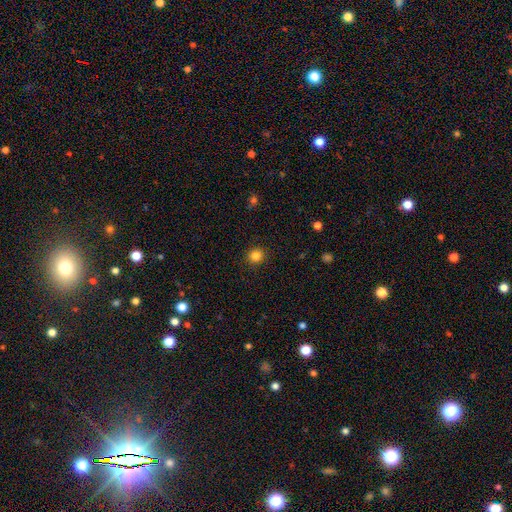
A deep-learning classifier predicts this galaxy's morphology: Overall: smooth (84%). How rounded: round (89%). Merging: none (91%).